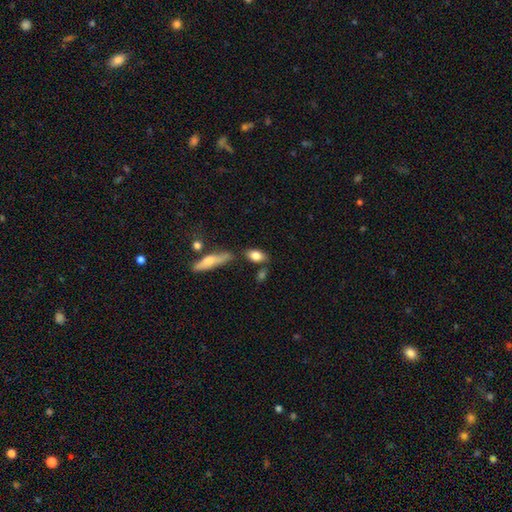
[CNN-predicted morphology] A smooth galaxy with no disk features (78%) that is in between round and cigar-shaped (84%).

Vote fractions:
- Smooth or featured? smooth: 78% / featured or disk: 15% / star or artifact: 7%
- How rounded? in between: 84% / cigar-shaped: 9% / round: 7%
- Merging? none: 71% / minor disturbance: 15% / merger: 11% / major disturbance: 4%